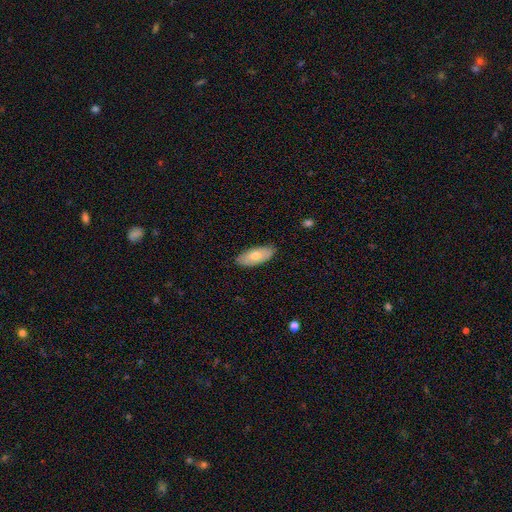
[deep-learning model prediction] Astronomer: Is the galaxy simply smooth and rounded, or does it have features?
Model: smooth — 64%.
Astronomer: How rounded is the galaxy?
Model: in between — 85%.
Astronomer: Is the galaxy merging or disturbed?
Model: none — 86%.